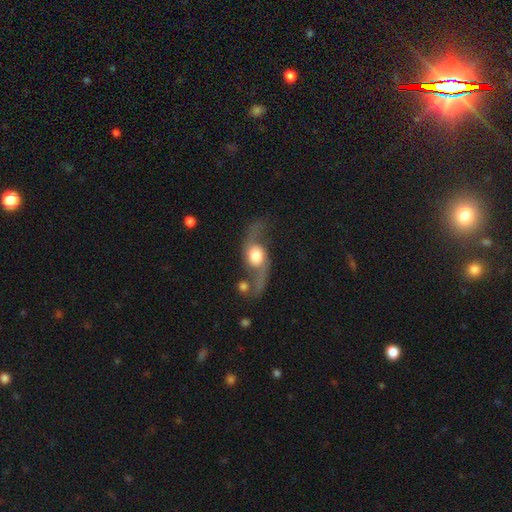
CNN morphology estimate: This is clearly a featured or disk galaxy (80%). It is clearly not viewed edge-on (91%). Bar: likely no (68%). Spiral arm pattern: clearly yes (93%). Spiral arm count: clearly 2 (94%). Spiral winding: clearly loose (87%). Central bulge: marginally large (42%). Merging: possibly none (52%).